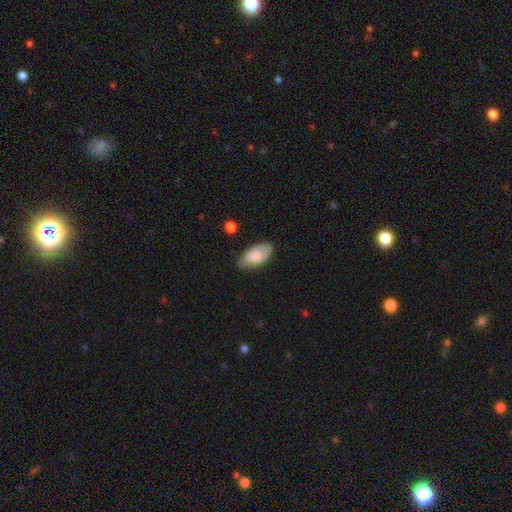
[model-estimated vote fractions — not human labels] This is likely a smooth galaxy (78%). How rounded: clearly in between (94%). Merging: likely none (76%).